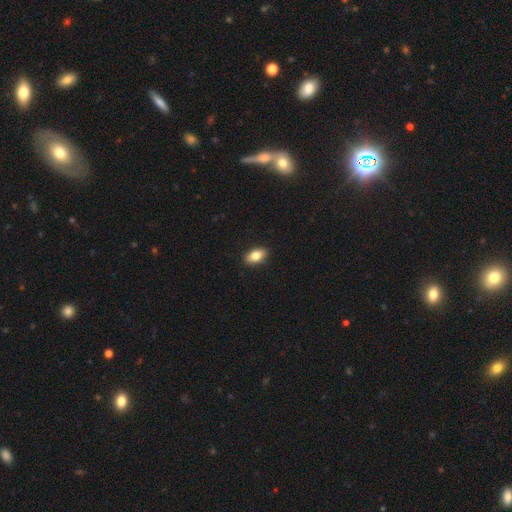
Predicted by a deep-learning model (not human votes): This appears to be a smooth galaxy with no disk features (78%) that is in between round and cigar-shaped (88%). Merging: none (90%).